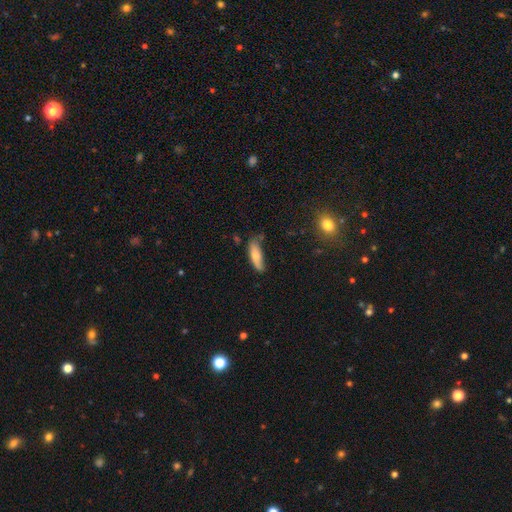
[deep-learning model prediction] The model was most divided on "how rounded": cigar-shaped: 51%, in between: 47%, round: 2%. More confident: smooth or featured — smooth (72%); merging — none (58%).